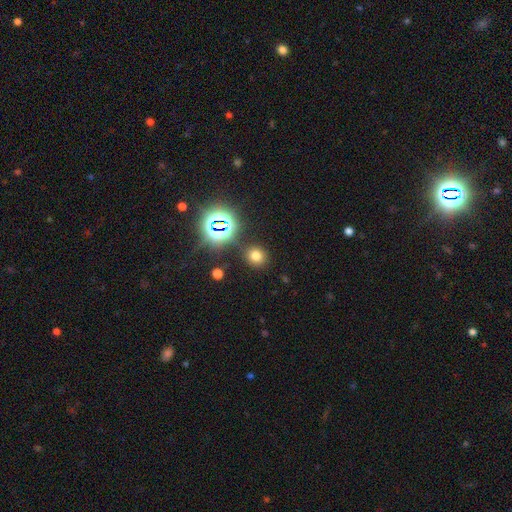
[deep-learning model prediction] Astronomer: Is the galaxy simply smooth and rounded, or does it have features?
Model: smooth — 68%.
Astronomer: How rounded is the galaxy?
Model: round — 87%.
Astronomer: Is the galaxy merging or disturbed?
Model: none — 85%.